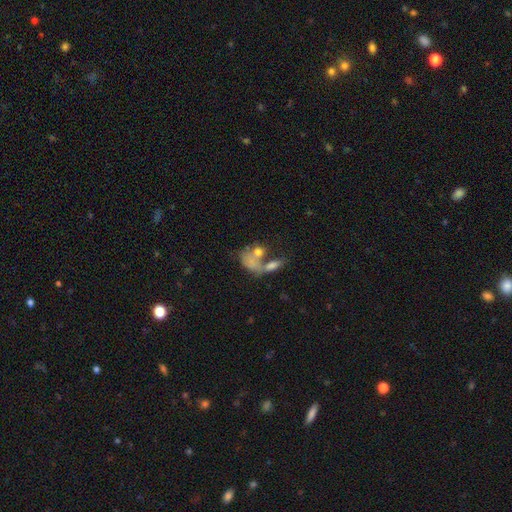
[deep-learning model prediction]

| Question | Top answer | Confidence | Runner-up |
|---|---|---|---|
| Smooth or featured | smooth | 63% | featured or disk (25%) |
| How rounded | in between | 69% | round (27%) |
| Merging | merger | 52% | none (22%) |